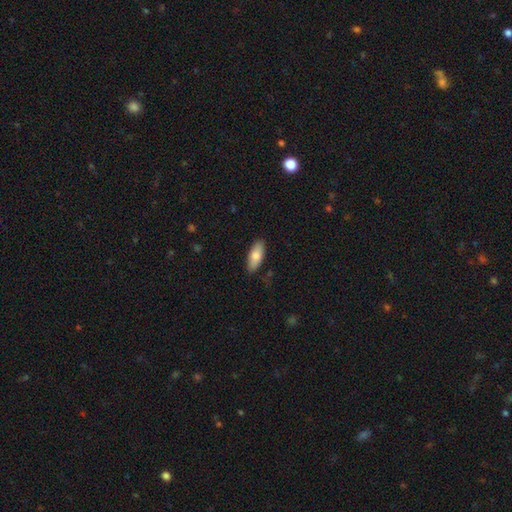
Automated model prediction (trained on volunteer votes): smooth_or_featured: smooth (p=0.79) [alt: featured or disk p=0.15]
how_rounded: in between (p=0.80) [alt: cigar-shaped p=0.18]
merging: none (p=0.86) [alt: minor disturbance p=0.11]